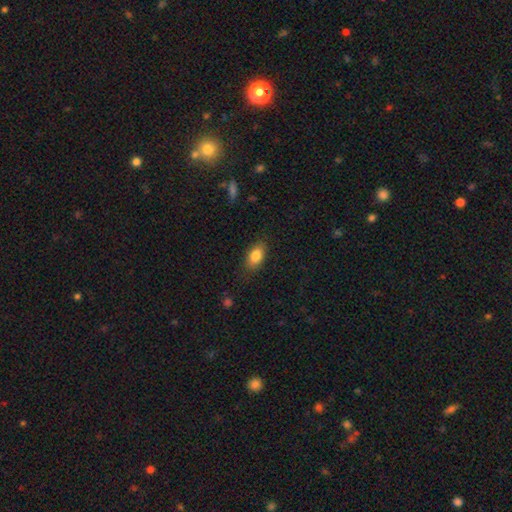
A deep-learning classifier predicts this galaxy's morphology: Smooth or featured?
  - smooth: 84% *
  - featured or disk: 8%
  - star or artifact: 8%
How rounded?
  - in between: 87% *
  - round: 10%
  - cigar-shaped: 3%
Merging?
  - none: 81% *
  - minor disturbance: 14%
  - major disturbance: 4%
  - merger: 1%